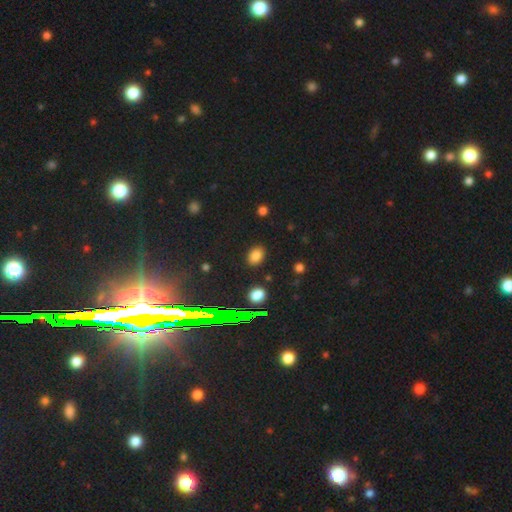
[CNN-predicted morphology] A smooth galaxy with no disk features (79%) that is in between round and cigar-shaped (72%). Merging: none (85%).